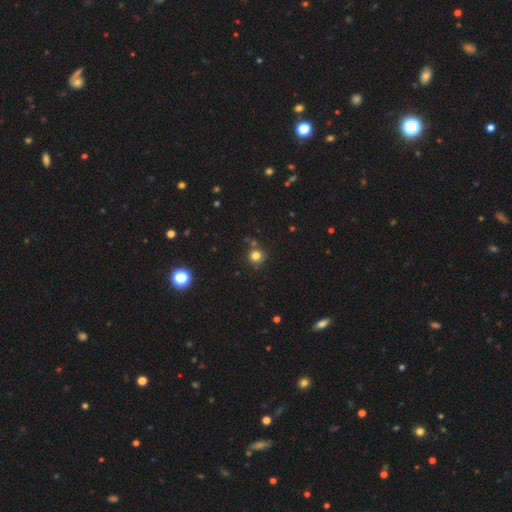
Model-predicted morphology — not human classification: This appears to be a smooth galaxy with no disk features (79%) that is round (90%). Merging: none (77%).